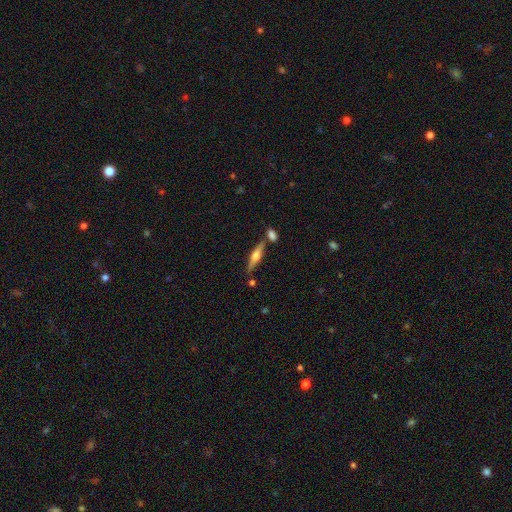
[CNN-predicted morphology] A featured or disk galaxy (64%) viewed edge-on (96%) with a rounded central bulge (88%).

Vote fractions:
- Smooth or featured? featured or disk: 64% / smooth: 29% / star or artifact: 7%
- Edge-on disk? yes: 96% / no: 4%
- Edge-on bulge? rounded: 88% / boxy: 9% / none: 3%
- Merging? none: 75% / merger: 12% / minor disturbance: 11% / major disturbance: 3%